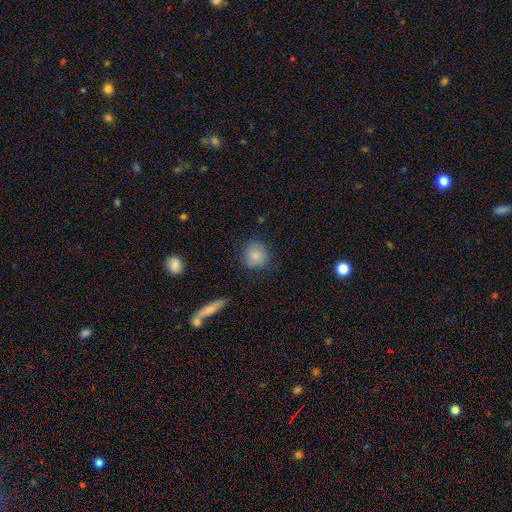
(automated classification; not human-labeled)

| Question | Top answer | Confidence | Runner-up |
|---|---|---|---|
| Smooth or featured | smooth | 83% | star or artifact (9%) |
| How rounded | round | 87% | in between (11%) |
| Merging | none | 81% | minor disturbance (13%) |